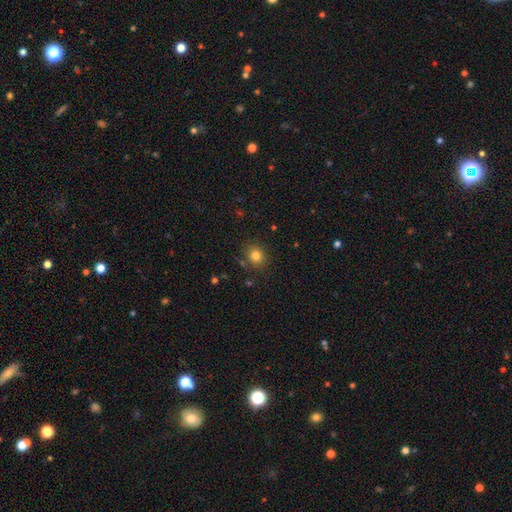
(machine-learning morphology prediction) smooth 80%, star or artifact 13%, featured or disk 7%. Down the decision tree: how rounded — round (74%); merging — none (84%).